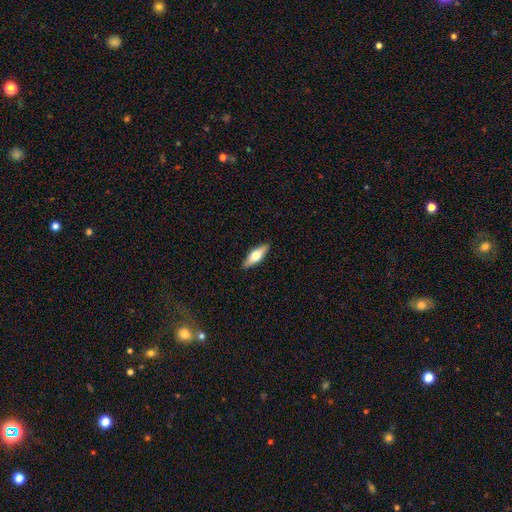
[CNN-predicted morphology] This is possibly a smooth galaxy (47%, tied with featured or disk). Merging: clearly none (90%).